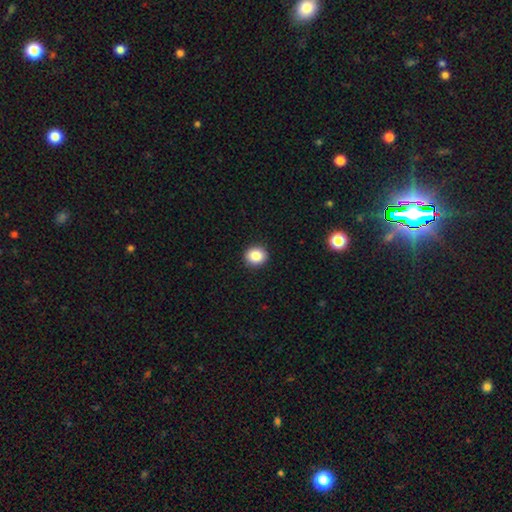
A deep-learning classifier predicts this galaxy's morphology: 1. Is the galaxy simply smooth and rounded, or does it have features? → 86% smooth, 9% star or artifact, 4% featured or disk.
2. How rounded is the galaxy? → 84% round, 15% in between, 1% cigar-shaped.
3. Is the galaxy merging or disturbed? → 92% none, 5% minor disturbance, 2% major disturbance, 1% merger.